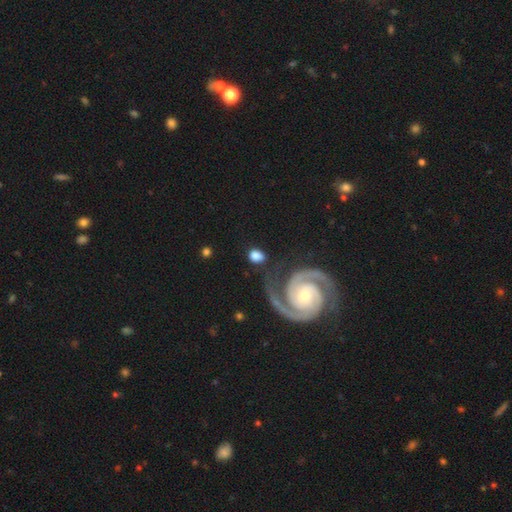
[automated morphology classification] Smooth or featured? smooth (54%)
How rounded? round (53%)
Merging? none (72%)